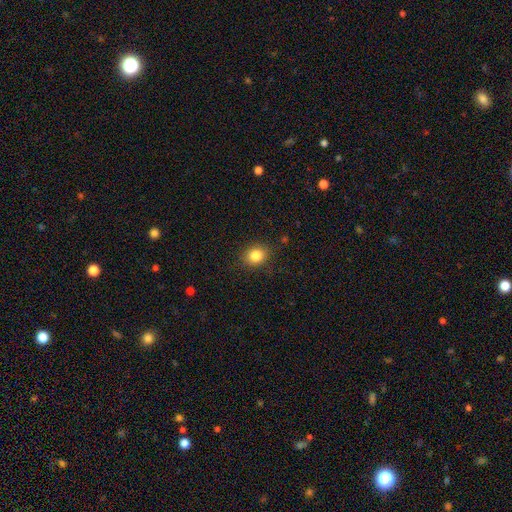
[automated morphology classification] Overall: smooth (84%). How rounded: round (59%; in between 40%). Merging: none (86%).